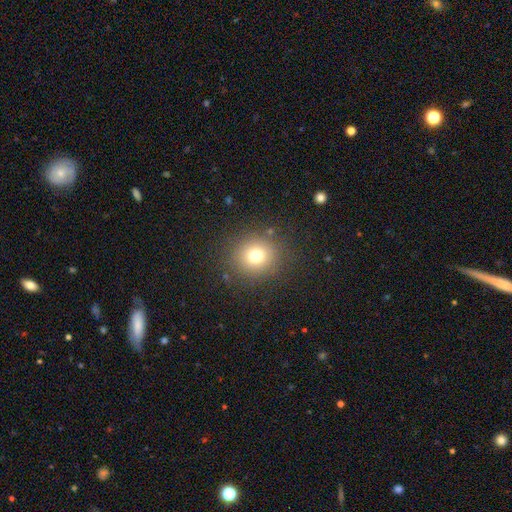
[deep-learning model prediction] A smooth galaxy with no disk features (73%) that is round (87%).

Vote fractions:
- Smooth or featured? smooth: 73% / star or artifact: 16% / featured or disk: 11%
- How rounded? round: 87% / in between: 12% / cigar-shaped: 1%
- Merging? none: 86% / minor disturbance: 8% / major disturbance: 4% / merger: 2%